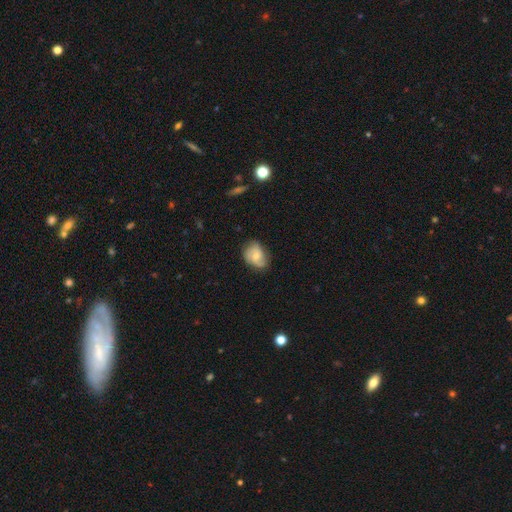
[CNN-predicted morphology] featured or disk 49%, smooth 44%, star or artifact 8%. Down the decision tree: merging — none (65%).